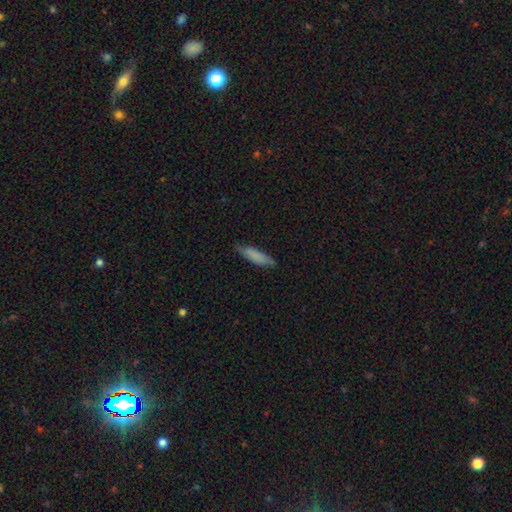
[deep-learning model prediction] This is likely a smooth galaxy (77%). How rounded: likely cigar-shaped (70%). Merging: likely none (74%).